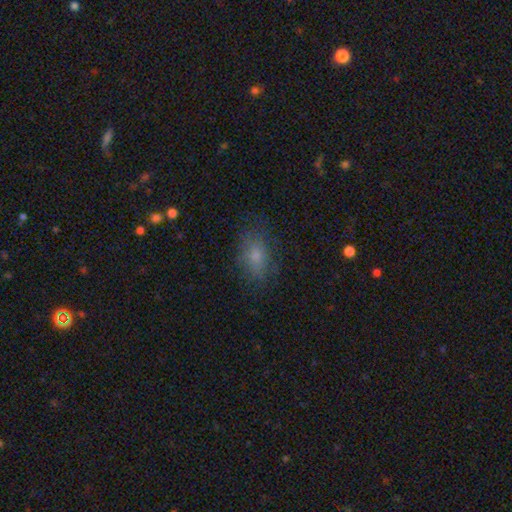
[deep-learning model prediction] smooth-or-featured: smooth: 72% | featured or disk: 16% | star or artifact: 12%
  how-rounded: in between: 83% | round: 13% | cigar-shaped: 4%
  merging: none: 74% | minor disturbance: 17% | major disturbance: 8% | merger: 1%